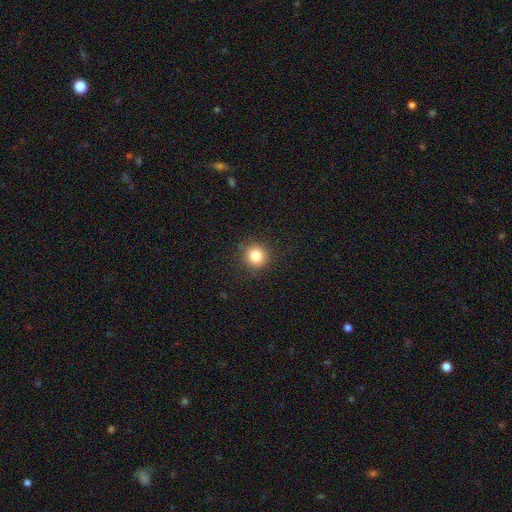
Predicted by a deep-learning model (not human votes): A smooth galaxy with no disk features (82%) that is round (92%).

Vote fractions:
- Smooth or featured? smooth: 82% / star or artifact: 12% / featured or disk: 6%
- How rounded? round: 92% / in between: 7% / cigar-shaped: 1%
- Merging? none: 89% / minor disturbance: 8% / major disturbance: 2% / merger: 1%